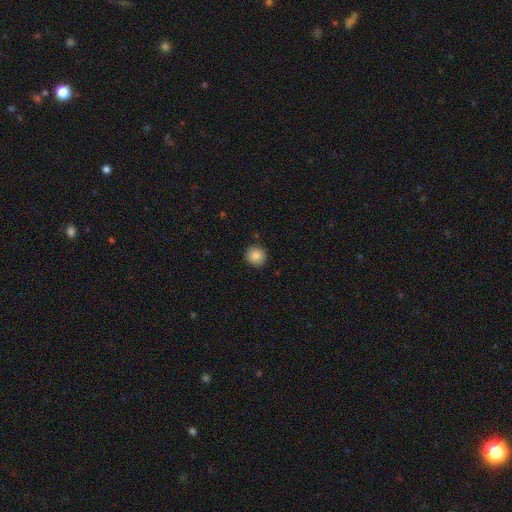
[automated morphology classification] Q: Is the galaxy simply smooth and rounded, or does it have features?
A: smooth — 85%.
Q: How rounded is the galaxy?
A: round — 92%.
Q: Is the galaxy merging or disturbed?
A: none — 90%.